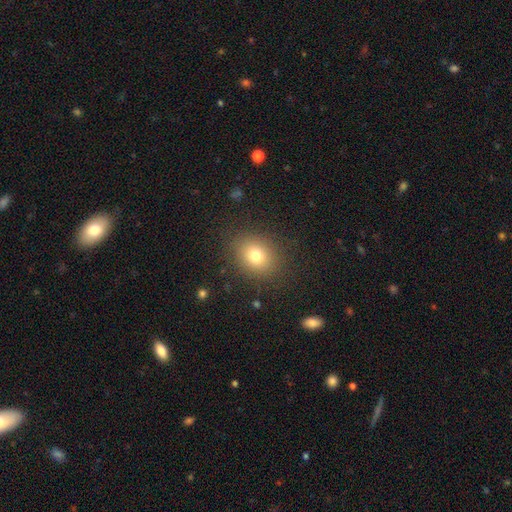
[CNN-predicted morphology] smooth 76%, star or artifact 13%, featured or disk 11%. Down the decision tree: how rounded — round (66%); merging — none (86%).